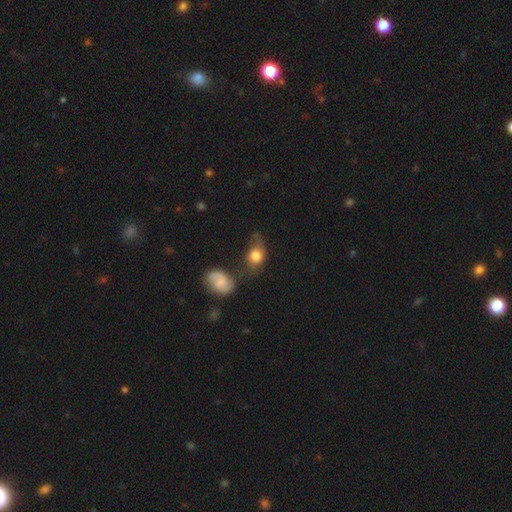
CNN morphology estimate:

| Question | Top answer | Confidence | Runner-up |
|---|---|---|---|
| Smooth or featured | smooth | 73% | featured or disk (18%) |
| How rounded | in between | 54% | round (44%) |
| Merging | none | 40% | minor disturbance (25%) |